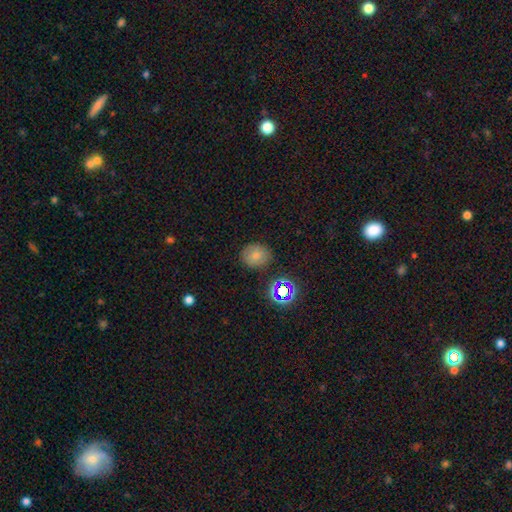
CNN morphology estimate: smooth_or_featured: smooth (p=0.71) [alt: star or artifact p=0.17]
how_rounded: round (p=0.66) [alt: in between p=0.33]
merging: none (p=0.82) [alt: minor disturbance p=0.12]